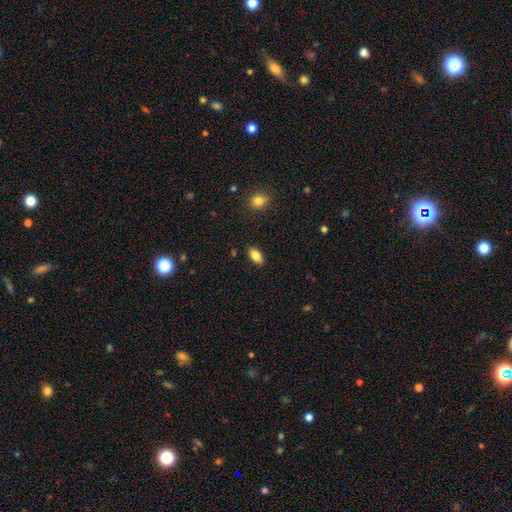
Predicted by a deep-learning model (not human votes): This is clearly a smooth galaxy (84%). How rounded: clearly in between (91%). Merging: clearly none (88%).